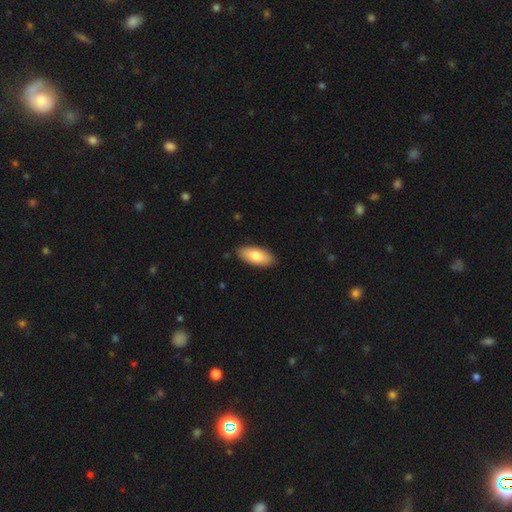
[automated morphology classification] Smooth or featured: smooth — 80% (featured or disk — 15%)
How rounded: in between — 88% (cigar-shaped — 10%)
Merging: none — 88% (minor disturbance — 9%)